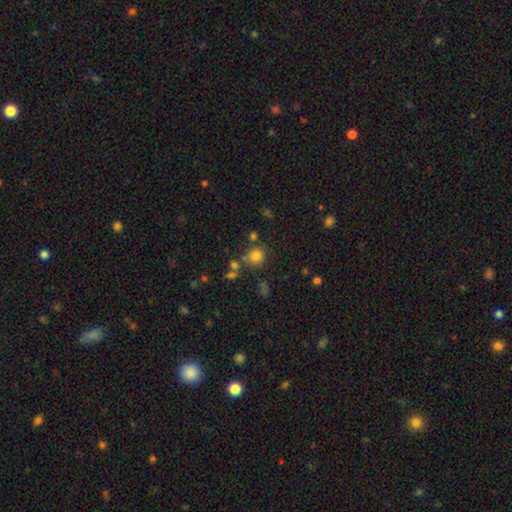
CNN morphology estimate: smooth-or-featured: smooth: 78% | star or artifact: 15% | featured or disk: 7%
  how-rounded: round: 86% | in between: 12% | cigar-shaped: 1%
  merging: none: 74% | minor disturbance: 11% | merger: 10% | major disturbance: 5%